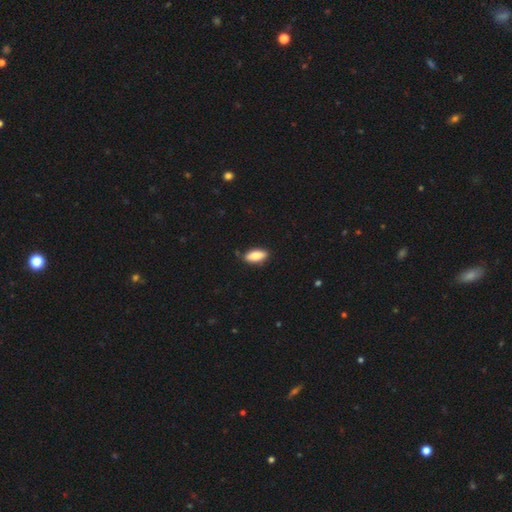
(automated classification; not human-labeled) Overall: smooth (84%). How rounded: in between (85%). Merging: none (86%).